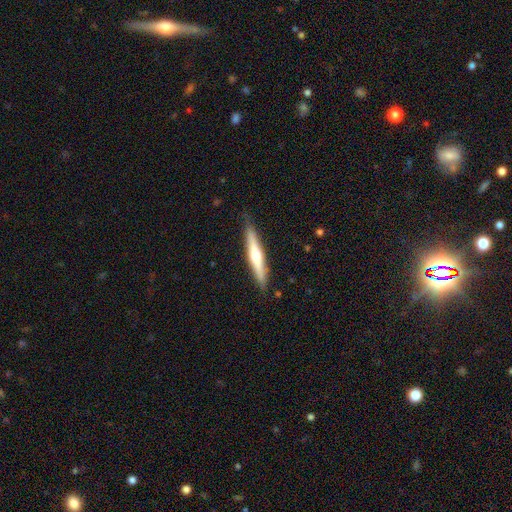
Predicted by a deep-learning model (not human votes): This appears to be a featured or disk galaxy (54%) viewed edge-on (95%) with a rounded central bulge (84%). Merging: none (87%).